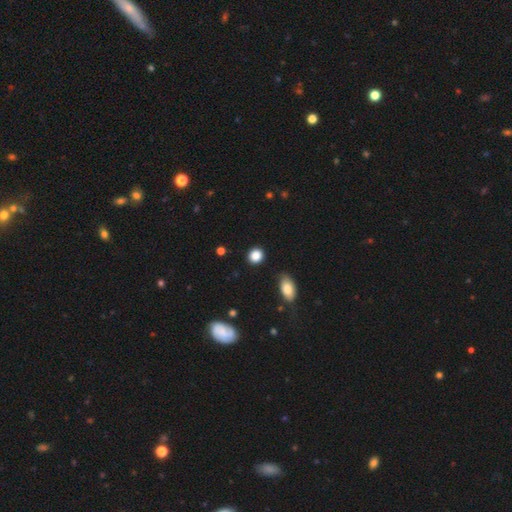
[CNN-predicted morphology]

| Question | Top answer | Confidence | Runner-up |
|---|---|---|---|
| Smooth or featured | smooth | 86% | star or artifact (10%) |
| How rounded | round | 83% | in between (16%) |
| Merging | none | 88% | minor disturbance (8%) |